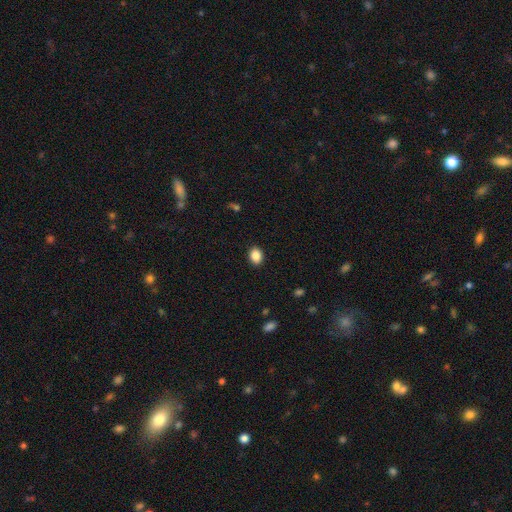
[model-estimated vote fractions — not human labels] The model was most divided on "how rounded": in between: 62%, round: 37%, cigar-shaped: 1%. More confident: merging — none (90%); smooth or featured — smooth (87%).